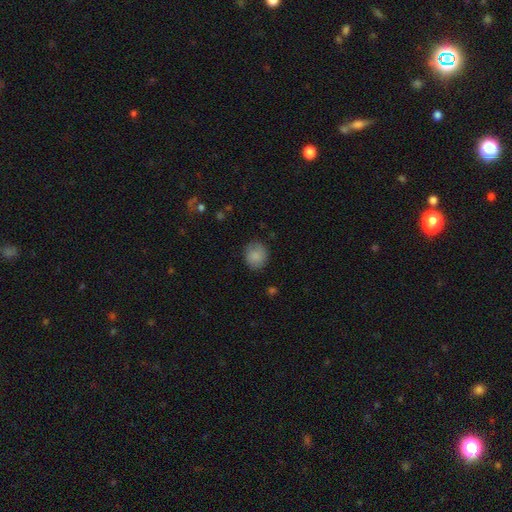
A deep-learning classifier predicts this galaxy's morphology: A smooth galaxy with no disk features (86%) that is round (72%). Merging: none (81%).